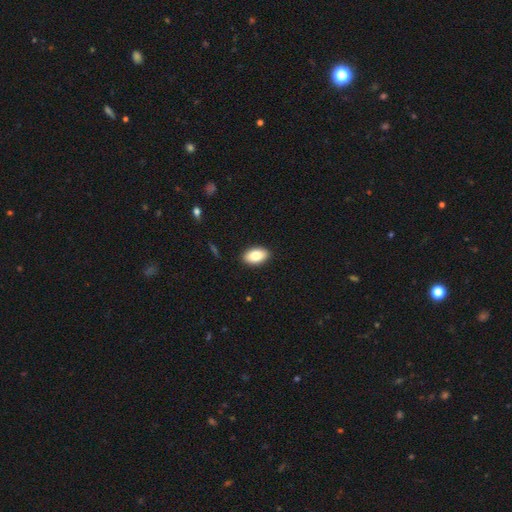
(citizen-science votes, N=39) Smooth or featured?
  - smooth: 85% *
  - featured or disk: 10%
  - star or artifact: 5%
How rounded?
  - in between: 97% *
  - round: 3%
  - cigar-shaped: 0%
Merging?
  - none: 95% *
  - minor disturbance: 5%
  - major disturbance: 0%
  - merger: 0%